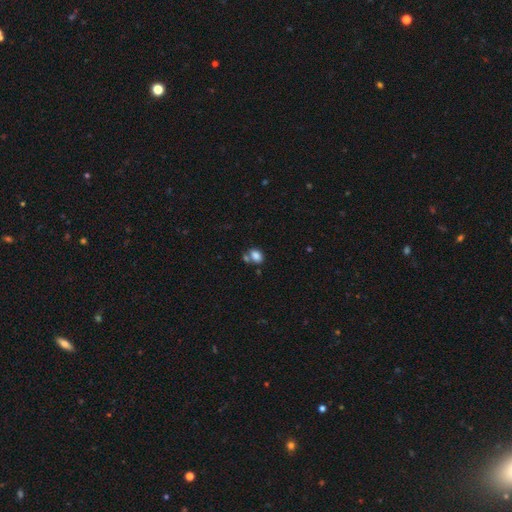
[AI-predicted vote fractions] Smooth or featured? Predicted: smooth (p=0.82). How rounded? Predicted: in between (p=0.75). Merging? Predicted: none (p=0.51).